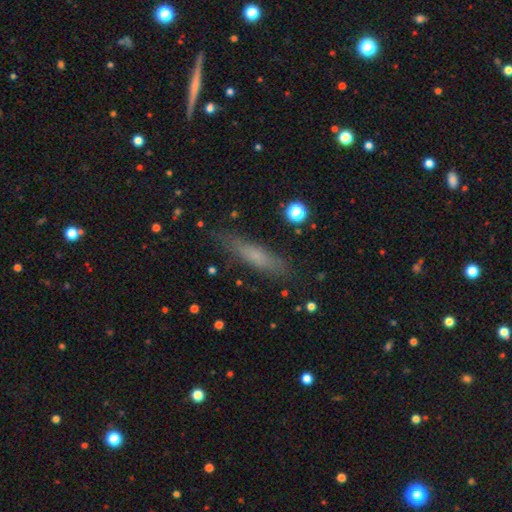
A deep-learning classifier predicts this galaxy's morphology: Smooth or featured? Predicted: smooth (p=0.63). How rounded? Predicted: cigar-shaped (p=0.81). Merging? Predicted: none (p=0.82).